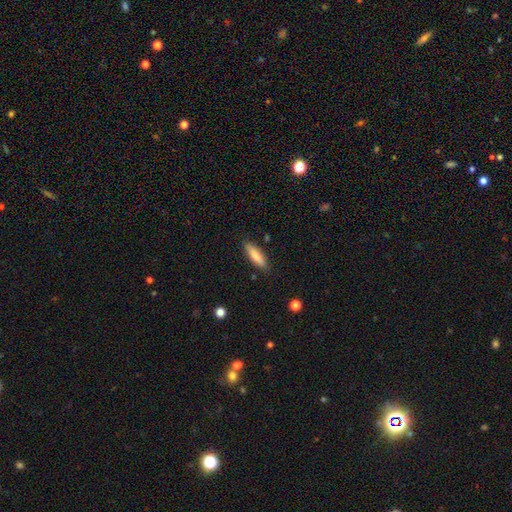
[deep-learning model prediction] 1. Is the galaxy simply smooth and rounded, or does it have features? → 83% smooth, 11% featured or disk, 6% star or artifact.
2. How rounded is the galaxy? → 61% cigar-shaped, 37% in between, 1% round.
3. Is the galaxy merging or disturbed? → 86% none, 11% minor disturbance, 2% major disturbance, 2% merger.